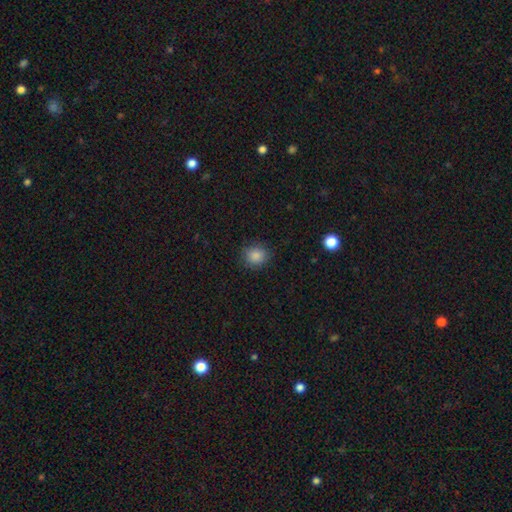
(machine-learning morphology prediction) type=smooth (86%); roundness=round (81%); merging=none (86%).